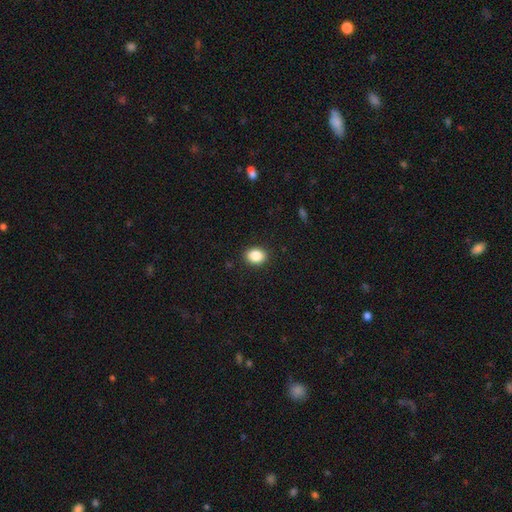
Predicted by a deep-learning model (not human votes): Morphology: type=smooth (87%); roundness=in between (52%); merging=none (90%).